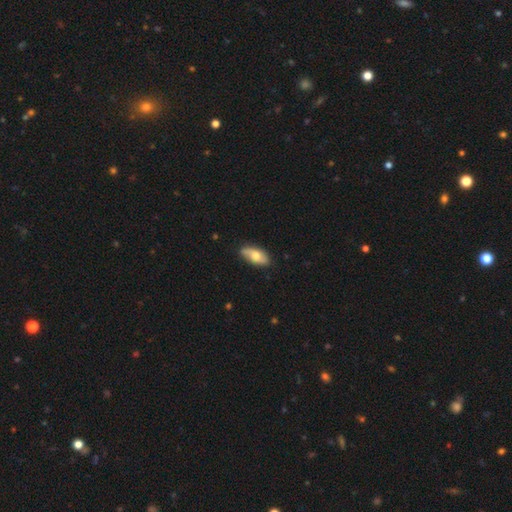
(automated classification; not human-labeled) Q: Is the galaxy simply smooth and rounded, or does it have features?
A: smooth — 64%.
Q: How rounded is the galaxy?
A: in between — 87%.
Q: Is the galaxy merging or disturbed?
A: none — 80%.